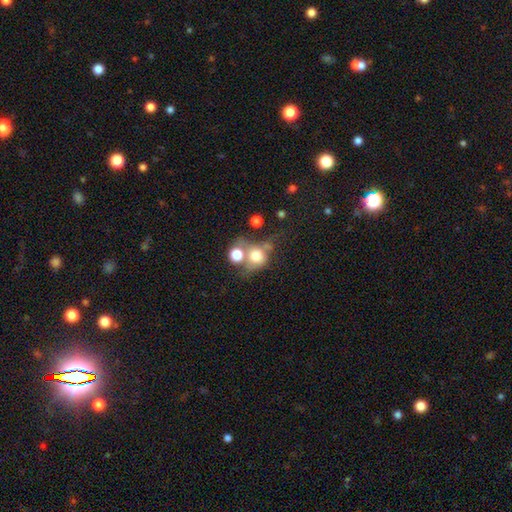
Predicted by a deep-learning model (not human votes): A smooth galaxy with no disk features (70%) that is round (74%).

Vote fractions:
- Smooth or featured? smooth: 70% / featured or disk: 17% / star or artifact: 12%
- How rounded? round: 74% / in between: 25% / cigar-shaped: 1%
- Merging? merger: 46% / none: 31% / minor disturbance: 11% / major disturbance: 11%